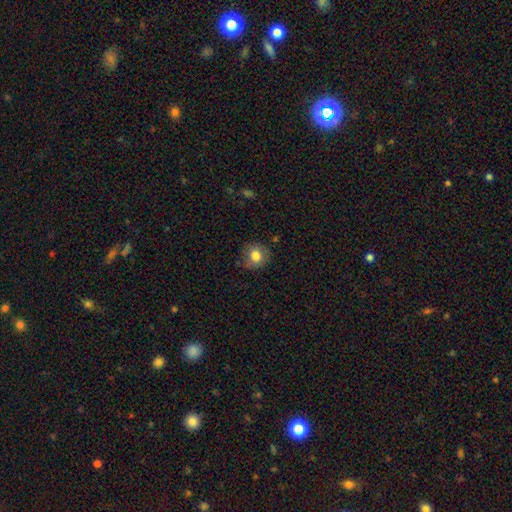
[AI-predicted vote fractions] This appears to be a smooth galaxy with no disk features (81%) that is round (84%). Merging: none (78%).